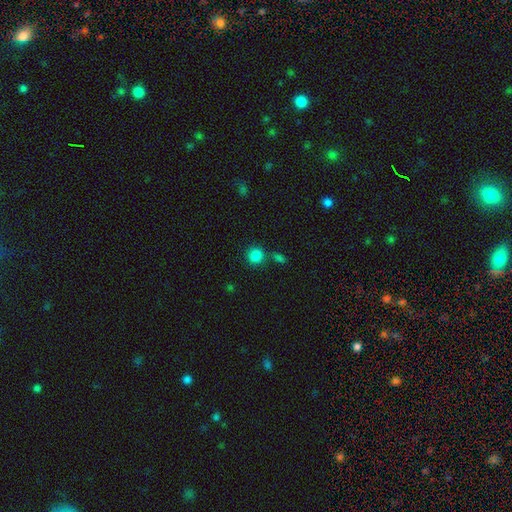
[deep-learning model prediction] This appears to be a smooth galaxy with no disk features (85%) that is round (89%). Merging: none (77%).